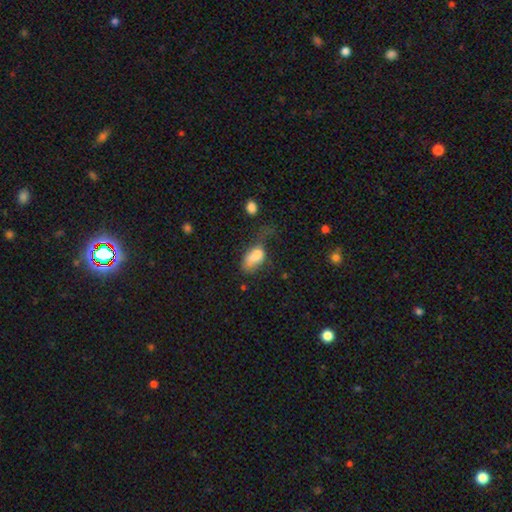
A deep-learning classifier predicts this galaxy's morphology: Smooth or featured? smooth (73%)
How rounded? in between (88%)
Merging? major disturbance (49%)